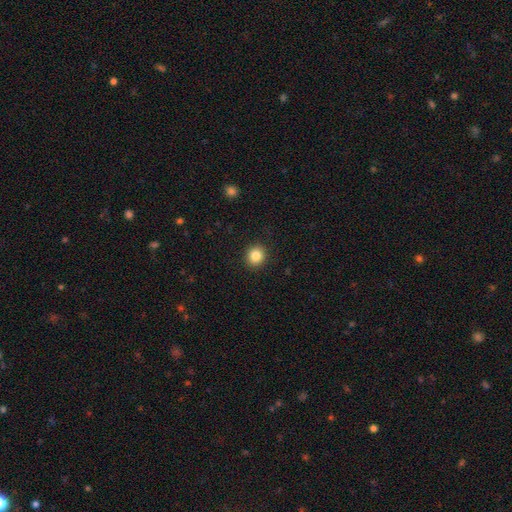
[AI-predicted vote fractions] Smooth or featured: smooth — 84% (star or artifact — 11%)
How rounded: round — 87% (in between — 12%)
Merging: none — 92% (minor disturbance — 6%)